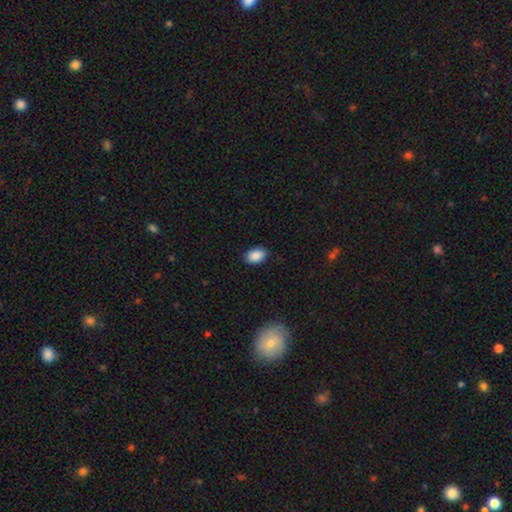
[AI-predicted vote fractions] Smooth or featured: smooth — 89% (star or artifact — 7%)
How rounded: in between — 88% (round — 10%)
Merging: none — 87% (minor disturbance — 10%)